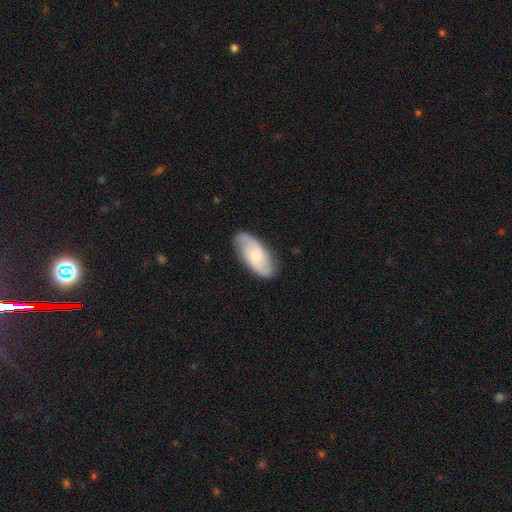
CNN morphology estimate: featured or disk 64%, smooth 30%, star or artifact 6%. Down the decision tree: edge-on disk — no (94%); bar — no (51%); spiral arms — yes (92%); spiral arm count — 2 (82%); spiral winding — medium (44%); bulge size — small (54%); merging — none (81%).